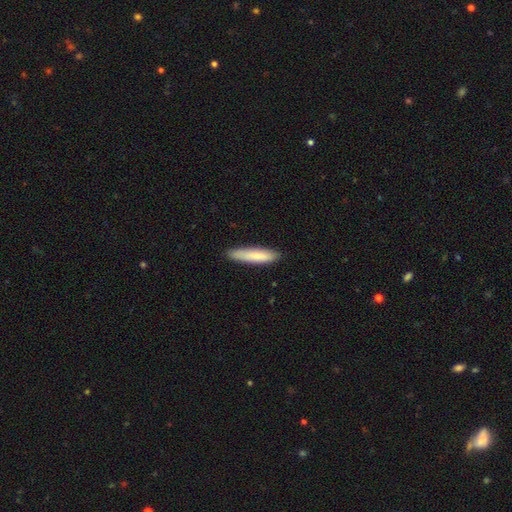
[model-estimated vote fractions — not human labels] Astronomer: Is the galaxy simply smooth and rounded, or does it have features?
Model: smooth — 81%.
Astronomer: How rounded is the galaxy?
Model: cigar-shaped — 83%.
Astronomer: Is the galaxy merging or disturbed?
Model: none — 88%.